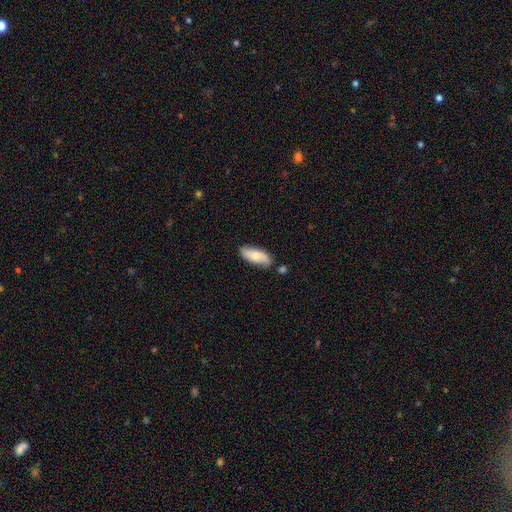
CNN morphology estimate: Overall: smooth (68%). How rounded: in between (77%). Merging: none (75%).